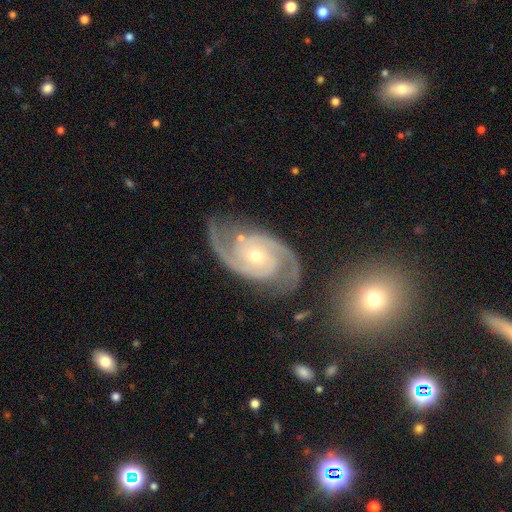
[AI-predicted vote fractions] Morphology: type=featured or disk (92%); edge-on=no (98%); bar=no (66%); spiral arms=yes (98%); winding=medium (52%); arm count=2 (91%); bulge=small (58%); merging=none (74%).